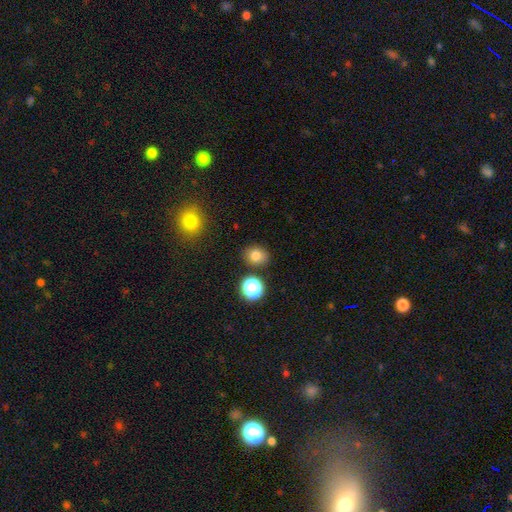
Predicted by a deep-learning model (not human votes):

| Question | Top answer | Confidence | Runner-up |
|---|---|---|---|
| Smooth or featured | smooth | 78% | star or artifact (15%) |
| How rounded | round | 62% | in between (37%) |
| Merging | none | 82% | minor disturbance (10%) |